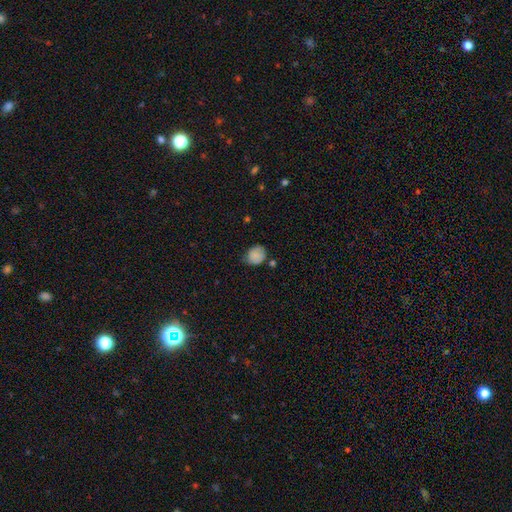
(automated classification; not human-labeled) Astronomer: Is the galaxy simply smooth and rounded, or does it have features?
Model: smooth — 82%.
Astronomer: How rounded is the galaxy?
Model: round — 63%.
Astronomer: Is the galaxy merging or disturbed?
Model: none — 64%.